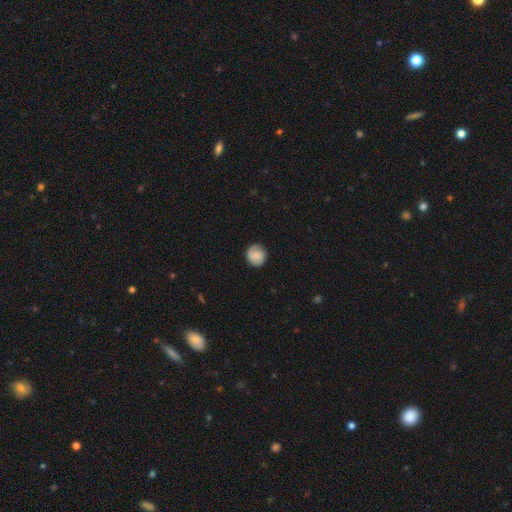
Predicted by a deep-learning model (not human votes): Smooth or featured: smooth — 68% (featured or disk — 24%)
How rounded: round — 87% (in between — 12%)
Merging: none — 80% (minor disturbance — 15%)